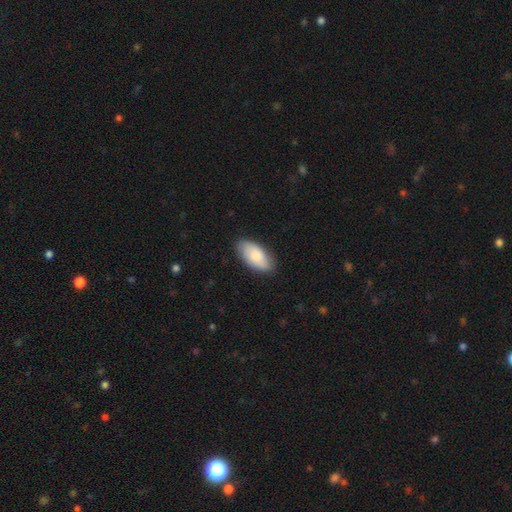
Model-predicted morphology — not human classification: Smooth or featured: smooth — 77% (featured or disk — 18%)
How rounded: in between — 93% (cigar-shaped — 4%)
Merging: none — 83% (minor disturbance — 13%)